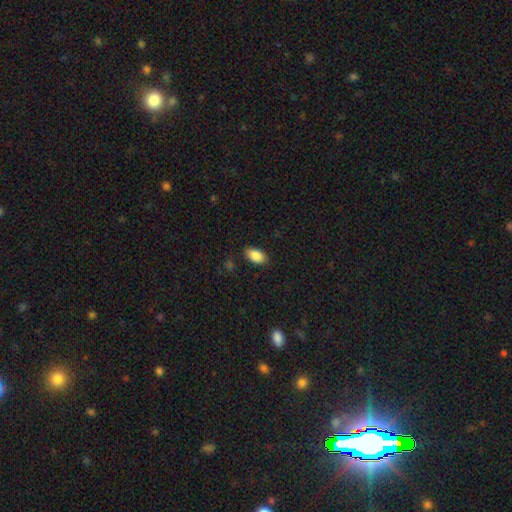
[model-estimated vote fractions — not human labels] Smooth or featured: smooth — 88% (star or artifact — 7%)
How rounded: in between — 93% (round — 5%)
Merging: none — 86% (minor disturbance — 10%)